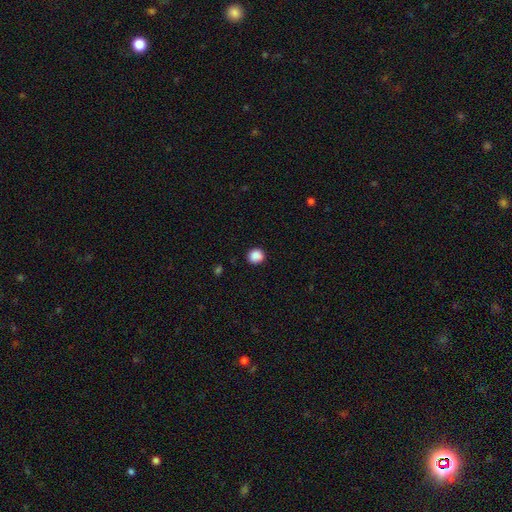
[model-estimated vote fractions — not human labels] A smooth galaxy with no disk features (88%) that is round (87%). Merging: none (90%).